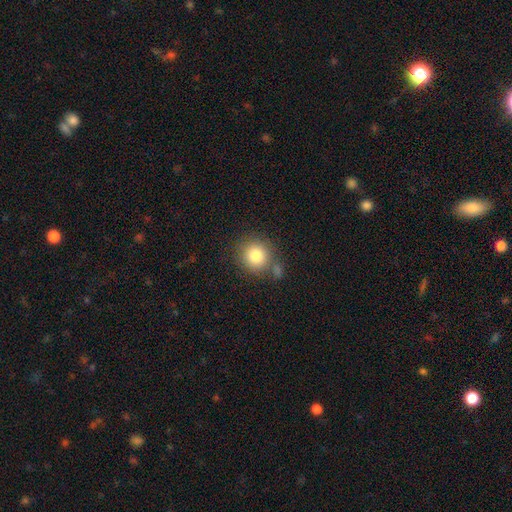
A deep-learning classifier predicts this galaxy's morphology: Smooth or featured?
  - smooth: 83% *
  - star or artifact: 10%
  - featured or disk: 8%
How rounded?
  - round: 88% *
  - in between: 11%
  - cigar-shaped: 1%
Merging?
  - none: 70% *
  - minor disturbance: 13%
  - merger: 12%
  - major disturbance: 5%